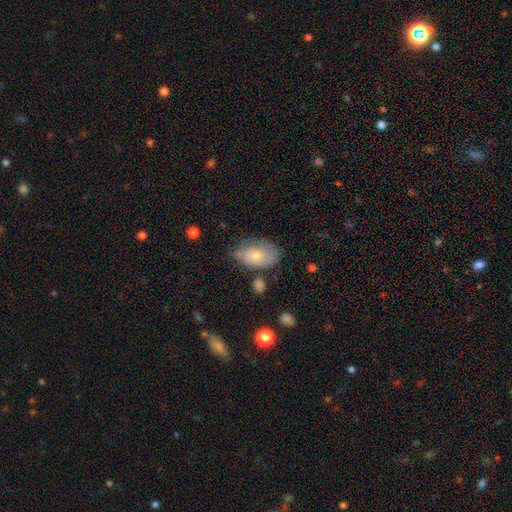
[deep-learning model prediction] smooth-or-featured: smooth: 69% | featured or disk: 24% | star or artifact: 8%
  how-rounded: in between: 90% | round: 9% | cigar-shaped: 2%
  merging: none: 60% | minor disturbance: 28% | major disturbance: 7% | merger: 4%